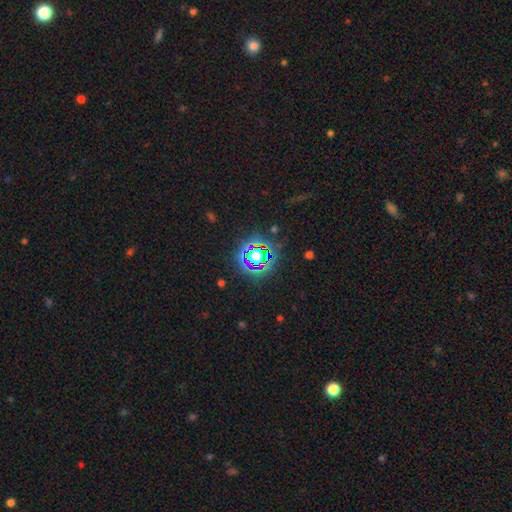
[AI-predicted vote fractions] A star or artifact, not a galaxy (67%).